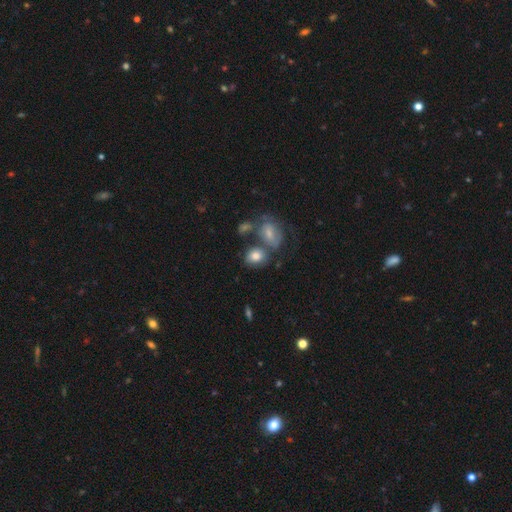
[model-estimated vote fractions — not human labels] The model was most divided on "merging": none: 44%, merger: 32%, minor disturbance: 16%, major disturbance: 8%. More confident: smooth or featured — smooth (76%); how rounded — in between (64%).